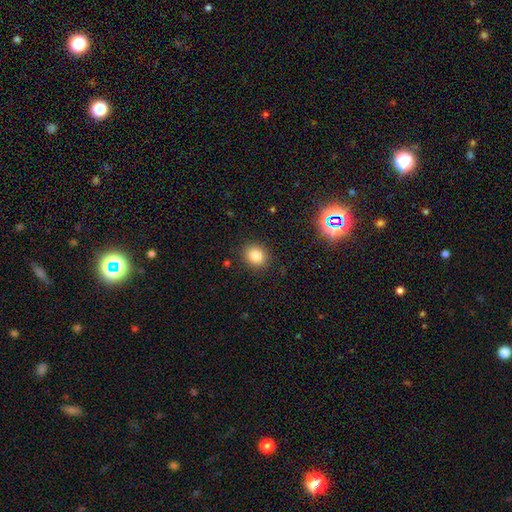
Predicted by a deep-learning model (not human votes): smooth-or-featured: smooth: 83% | star or artifact: 12% | featured or disk: 6%
  how-rounded: round: 72% | in between: 27% | cigar-shaped: 1%
  merging: none: 88% | minor disturbance: 8% | major disturbance: 3% | merger: 1%